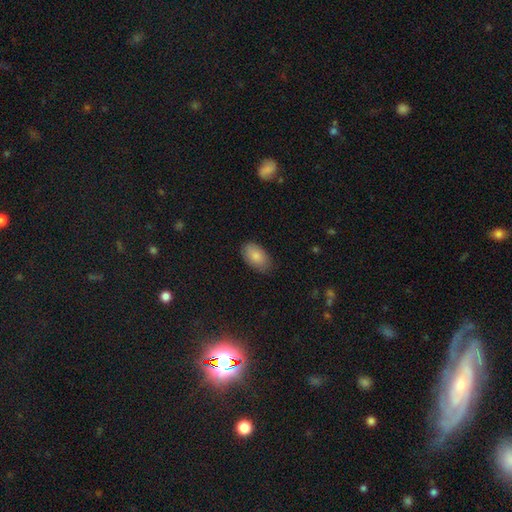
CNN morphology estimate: Q: Smooth or featured?
A: smooth (85%); runner-up: featured or disk (9%)
Q: How rounded?
A: in between (93%); runner-up: round (5%)
Q: Merging?
A: none (79%); runner-up: minor disturbance (17%)